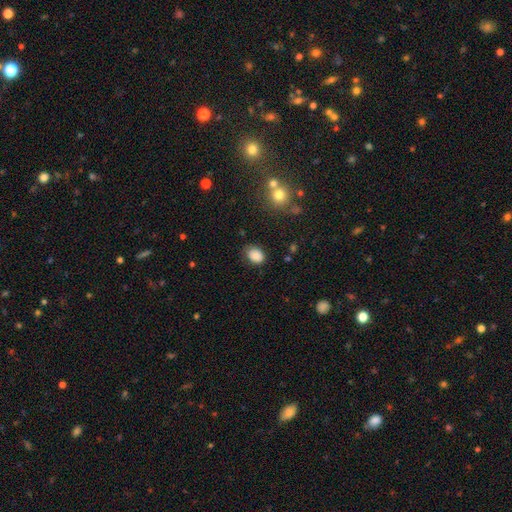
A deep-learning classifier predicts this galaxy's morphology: A smooth galaxy with no disk features (84%) that is in between round and cigar-shaped (64%). Merging: none (72%).